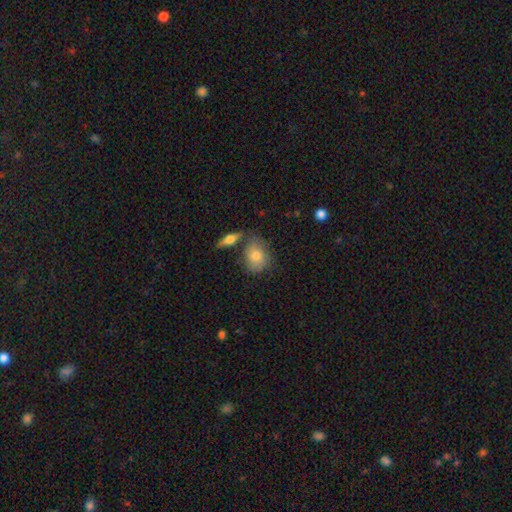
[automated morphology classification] smooth_or_featured: smooth (p=0.70) [alt: featured or disk p=0.22]
how_rounded: in between (p=0.58) [alt: round p=0.40]
merging: none (p=0.57) [alt: minor disturbance p=0.21]